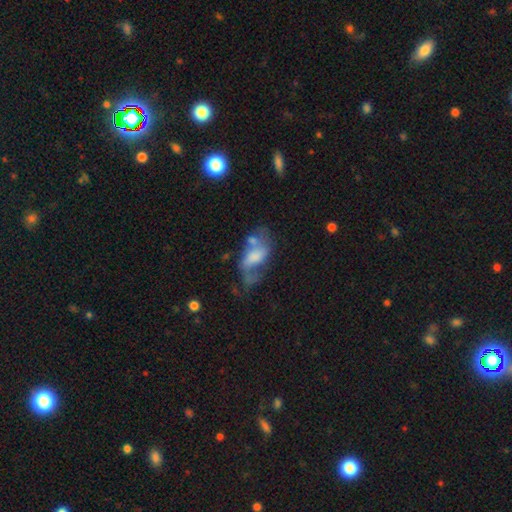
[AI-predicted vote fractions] The model was most divided on "smooth or featured": featured or disk: 50%, smooth: 41%, star or artifact: 9%. Remaining: edge-on disk — no (95%); merging — major disturbance (34%).